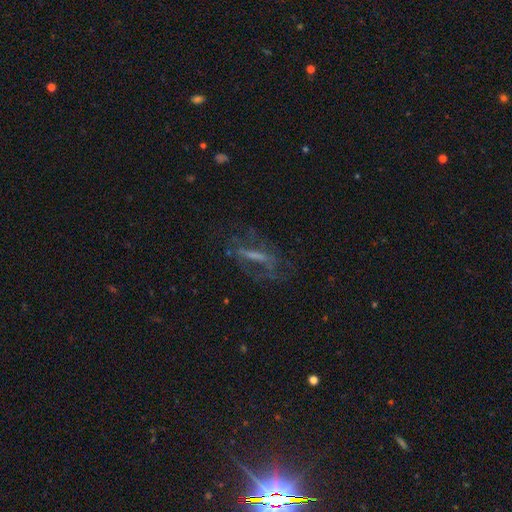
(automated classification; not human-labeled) The model was most divided on "merging": none: 56%, major disturbance: 24%, minor disturbance: 18%, merger: 3%. More confident: edge-on disk — no (74%); smooth or featured — featured or disk (60%).